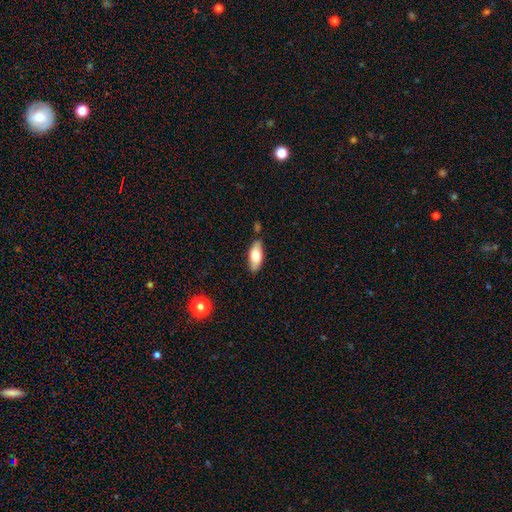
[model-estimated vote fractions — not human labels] Smooth or featured?
  - smooth: 69% *
  - featured or disk: 25%
  - star or artifact: 6%
How rounded?
  - in between: 78% *
  - cigar-shaped: 19%
  - round: 3%
Merging?
  - none: 80% *
  - minor disturbance: 14%
  - merger: 4%
  - major disturbance: 3%